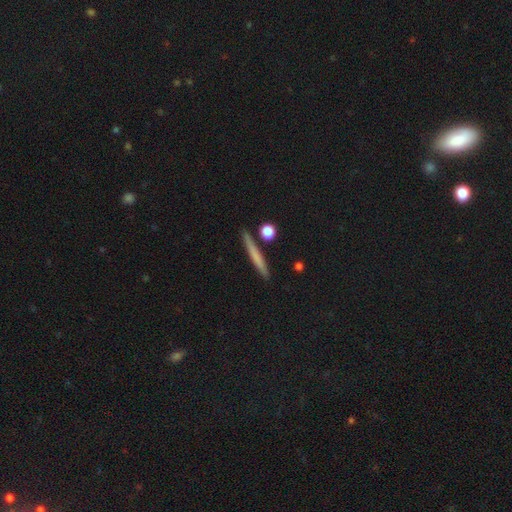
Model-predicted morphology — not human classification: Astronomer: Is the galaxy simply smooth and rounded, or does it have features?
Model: smooth — 62%.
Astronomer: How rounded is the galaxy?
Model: cigar-shaped — 93%.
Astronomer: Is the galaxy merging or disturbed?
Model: none — 87%.